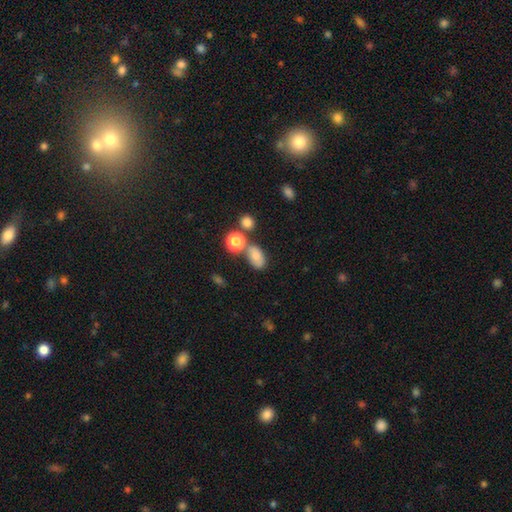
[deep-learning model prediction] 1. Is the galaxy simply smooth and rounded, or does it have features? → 76% smooth, 12% star or artifact, 12% featured or disk.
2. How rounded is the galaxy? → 81% in between, 17% round, 2% cigar-shaped.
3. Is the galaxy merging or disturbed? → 58% none, 20% merger, 16% minor disturbance, 6% major disturbance.